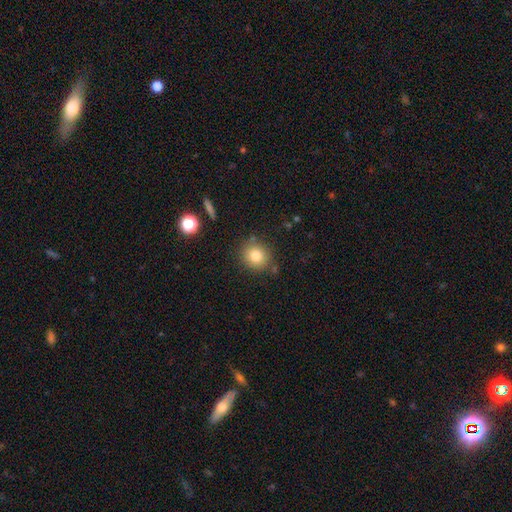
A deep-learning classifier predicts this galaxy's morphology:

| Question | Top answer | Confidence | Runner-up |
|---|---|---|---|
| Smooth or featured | smooth | 80% | star or artifact (12%) |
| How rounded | round | 88% | in between (11%) |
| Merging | none | 84% | minor disturbance (10%) |